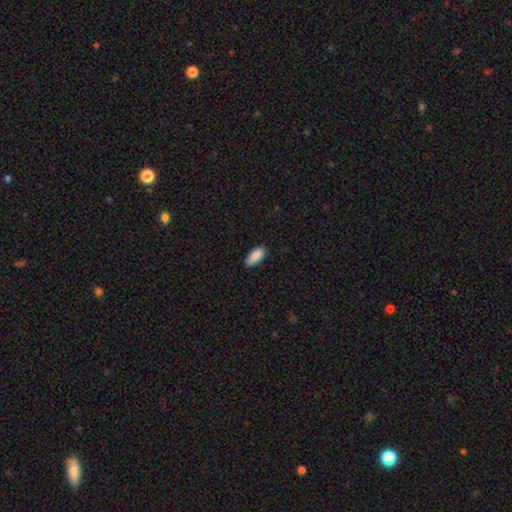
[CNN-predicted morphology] Smooth or featured: smooth — 90% (star or artifact — 6%)
How rounded: in between — 87% (cigar-shaped — 11%)
Merging: none — 82% (minor disturbance — 15%)